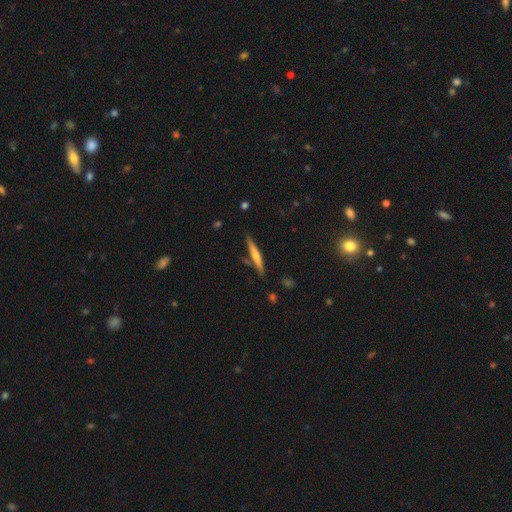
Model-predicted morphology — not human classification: smooth_or_featured: featured or disk (p=0.52) [alt: smooth p=0.41]
disk_edge_on: yes (p=0.96) [alt: no p=0.04]
edge_on_bulge: rounded (p=0.70) [alt: none p=0.24]
merging: none (p=0.81) [alt: minor disturbance p=0.11]